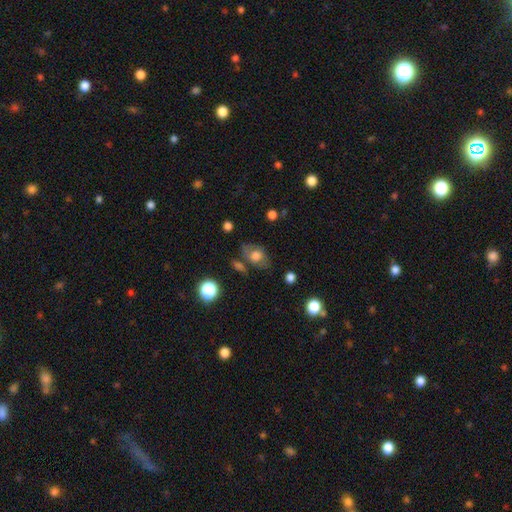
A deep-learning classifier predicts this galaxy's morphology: smooth-or-featured: smooth: 65% | featured or disk: 25% | star or artifact: 10%
  how-rounded: in between: 75% | round: 23% | cigar-shaped: 2%
  merging: none: 62% | minor disturbance: 21% | major disturbance: 10% | merger: 8%